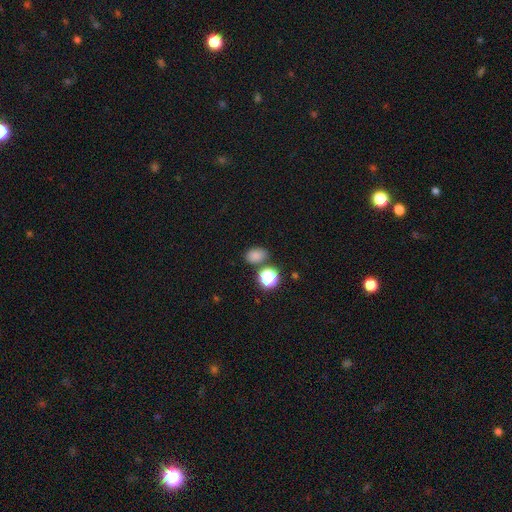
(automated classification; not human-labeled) smooth 78%, star or artifact 17%, featured or disk 6%. Down the decision tree: how rounded — in between (69%); merging — none (72%).